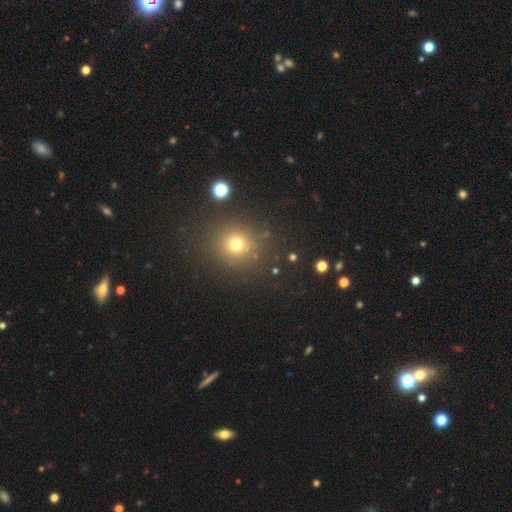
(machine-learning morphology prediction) Q: Smooth or featured?
A: smooth (54%); runner-up: star or artifact (38%)
Q: How rounded?
A: round (87%); runner-up: in between (12%)
Q: Merging?
A: none (88%); runner-up: minor disturbance (6%)